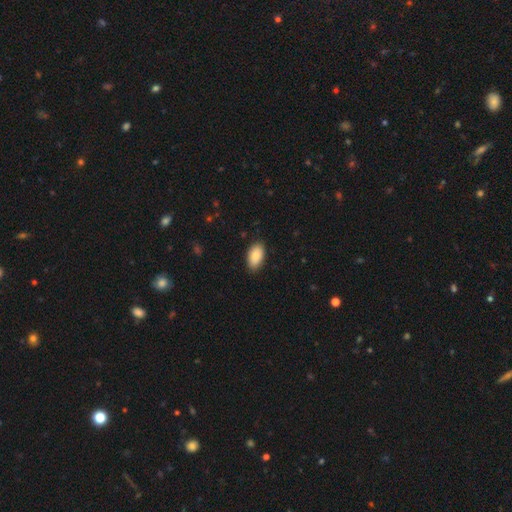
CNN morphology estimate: This appears to be a smooth galaxy with no disk features (87%) that is in between round and cigar-shaped (95%). Merging: none (85%).